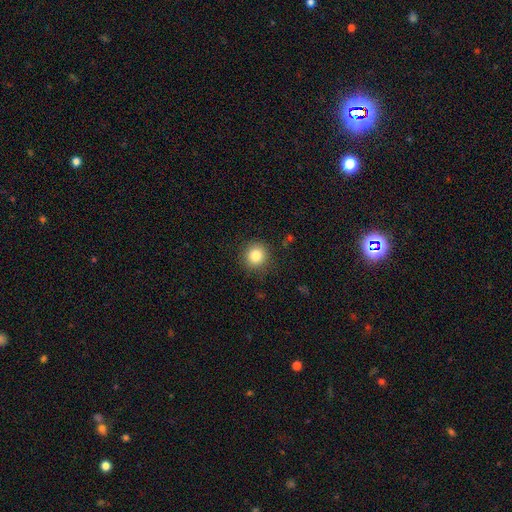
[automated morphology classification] A smooth galaxy with no disk features (83%) that is round (91%). Merging: none (89%).